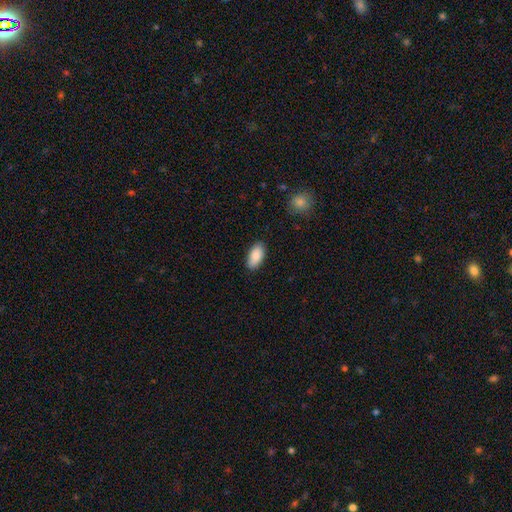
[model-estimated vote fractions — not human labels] The model was most divided on "merging": none: 87%, minor disturbance: 10%, major disturbance: 2%, merger: 1%. More confident: how rounded — in between (92%); smooth or featured — smooth (88%).